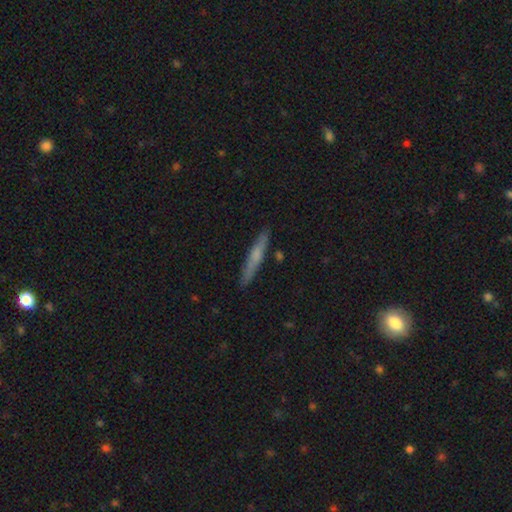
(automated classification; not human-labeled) A smooth galaxy with no disk features (52%) that is cigar-shaped (94%). Merging: none (88%).